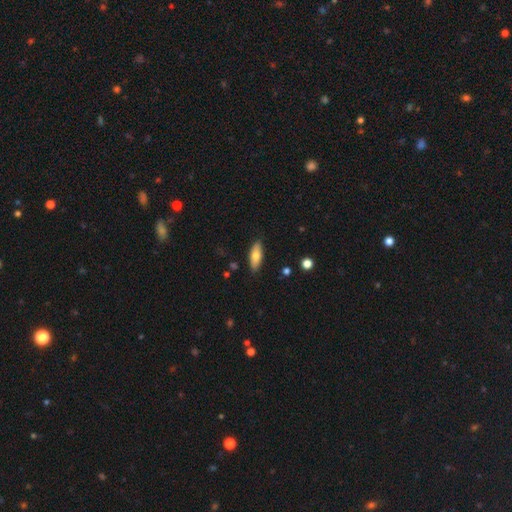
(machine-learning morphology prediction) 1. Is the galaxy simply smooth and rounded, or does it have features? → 75% smooth, 19% featured or disk, 6% star or artifact.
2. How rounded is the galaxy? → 72% in between, 25% cigar-shaped, 2% round.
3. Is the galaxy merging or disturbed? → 87% none, 10% minor disturbance, 2% major disturbance, 1% merger.